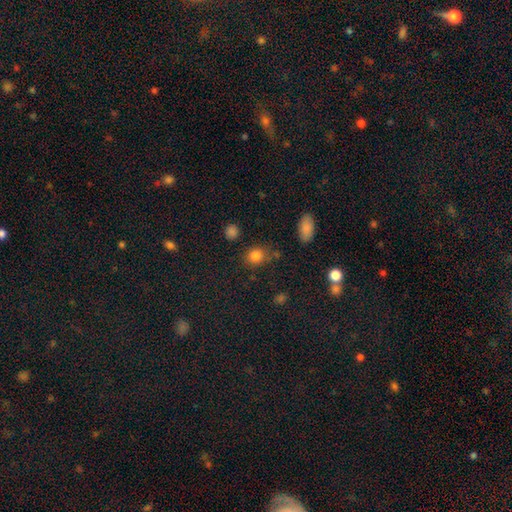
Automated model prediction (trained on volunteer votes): smooth 82%, star or artifact 13%, featured or disk 6%. Down the decision tree: how rounded — round (68%); merging — none (74%).